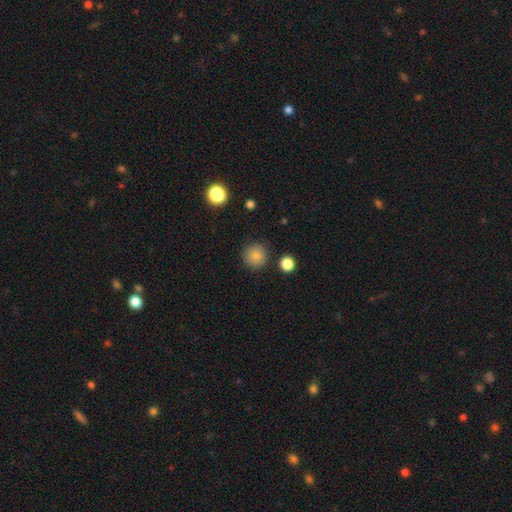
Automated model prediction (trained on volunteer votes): smooth_or_featured: smooth (p=0.83) [alt: star or artifact p=0.11]
how_rounded: round (p=0.94) [alt: in between p=0.05]
merging: none (p=0.88) [alt: minor disturbance p=0.07]